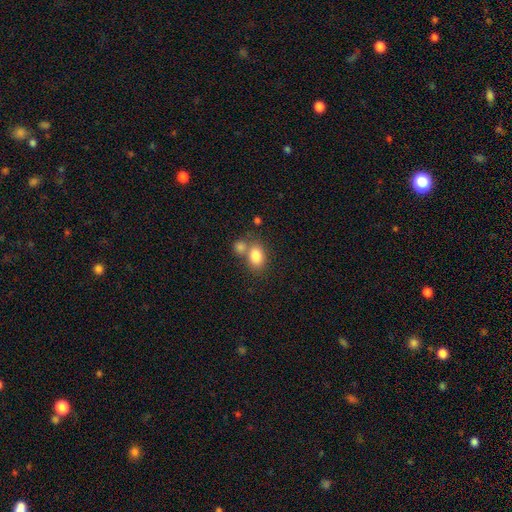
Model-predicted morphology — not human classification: Smooth or featured? smooth (83%)
How rounded? in between (73%)
Merging? none (47%)